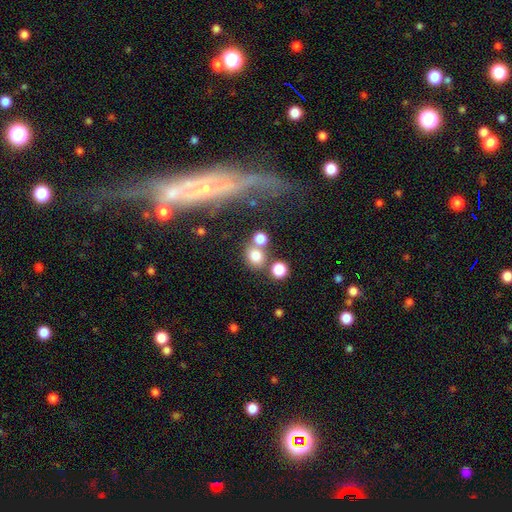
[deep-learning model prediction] This appears to be a smooth galaxy with no disk features (76%) that is round (74%). Merging: none (60%).